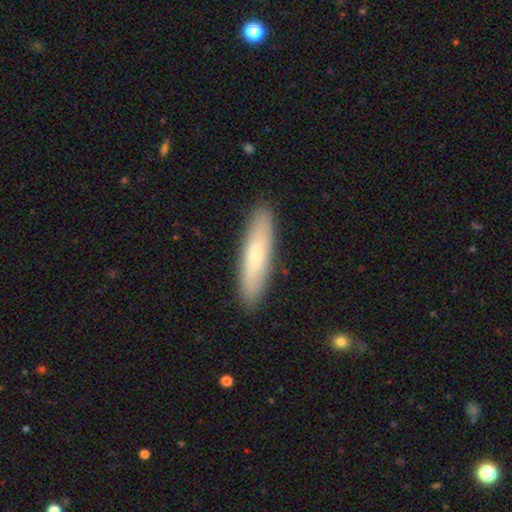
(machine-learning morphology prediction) A smooth galaxy with no disk features (65%) that is cigar-shaped (79%).

Vote fractions:
- Smooth or featured? smooth: 65% / featured or disk: 29% / star or artifact: 6%
- How rounded? cigar-shaped: 79% / in between: 20% / round: 2%
- Merging? none: 89% / minor disturbance: 8% / major disturbance: 2% / merger: 1%